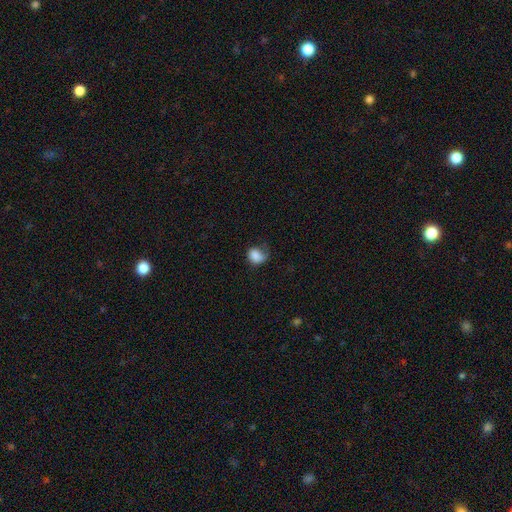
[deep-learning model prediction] Smooth or featured? smooth (80%)
How rounded? round (52%)
Merging? none (37%)